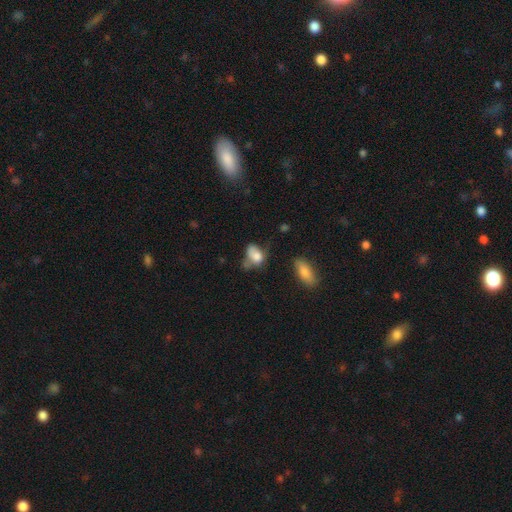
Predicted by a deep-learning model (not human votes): Smooth or featured: smooth — 72% (featured or disk — 19%)
How rounded: in between — 75% (round — 23%)
Merging: minor disturbance — 31% (major disturbance — 26%)